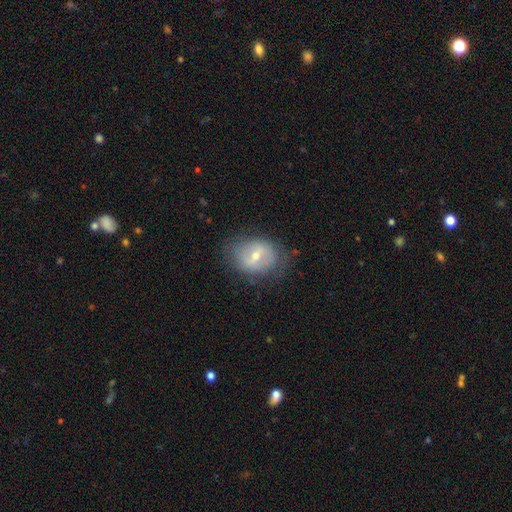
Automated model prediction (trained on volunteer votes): Overall: featured or disk (55%; smooth 36%). Edge-on disk: no (93%). Bar: weak (46%; strong 33%). Spiral arms: no (62%; yes 38%). Bulge size: small (48%, tied with moderate). Merging: none (74%).